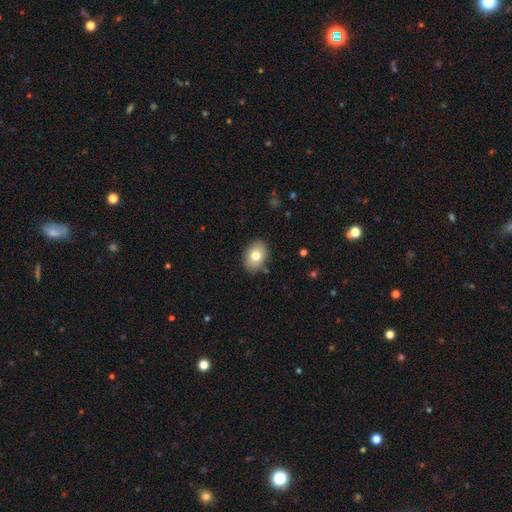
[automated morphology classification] Smooth or featured?
  - smooth: 77% *
  - featured or disk: 15%
  - star or artifact: 8%
How rounded?
  - in between: 76% *
  - round: 23%
  - cigar-shaped: 1%
Merging?
  - none: 87% *
  - minor disturbance: 10%
  - major disturbance: 2%
  - merger: 1%